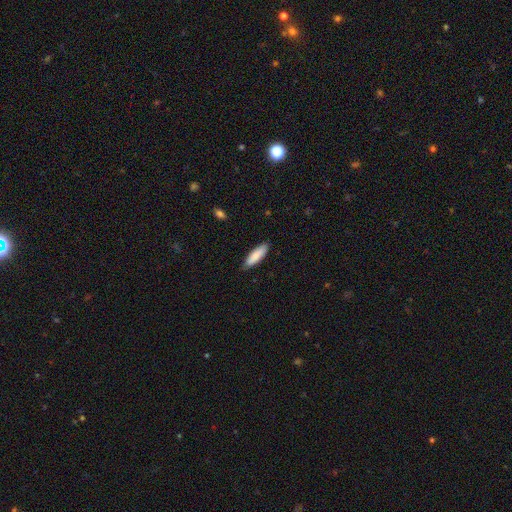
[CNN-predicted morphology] Smooth or featured: smooth — 87% (featured or disk — 8%)
How rounded: cigar-shaped — 55% (in between — 44%)
Merging: none — 84% (minor disturbance — 13%)